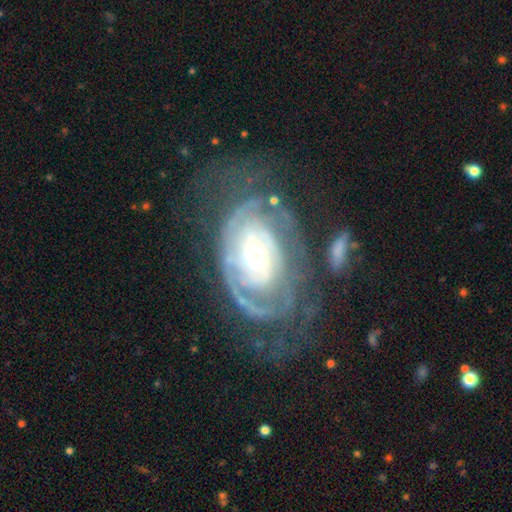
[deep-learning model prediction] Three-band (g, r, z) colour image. It shows a featured or disk galaxy (86%) with no bar (65%), tight (71%) spiral arms (91%) and a moderate central bulge (60%). Merging: none (50%).